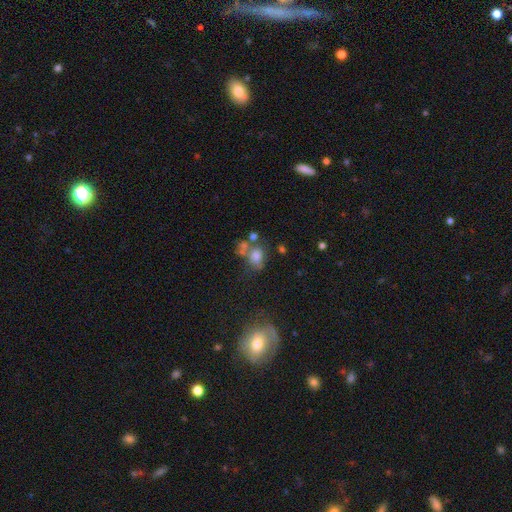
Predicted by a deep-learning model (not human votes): smooth-or-featured: smooth: 67% | featured or disk: 17% | star or artifact: 16%
  how-rounded: in between: 54% | round: 45% | cigar-shaped: 2%
  merging: none: 39% | merger: 32% | minor disturbance: 16% | major disturbance: 13%